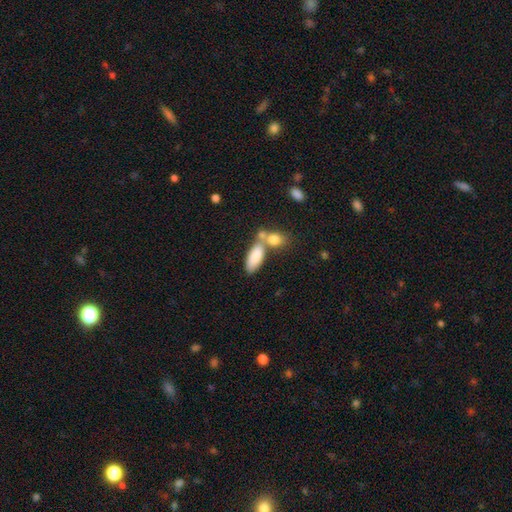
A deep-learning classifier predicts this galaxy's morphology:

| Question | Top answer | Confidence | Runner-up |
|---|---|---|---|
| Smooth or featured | smooth | 83% | featured or disk (11%) |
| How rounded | in between | 80% | cigar-shaped (17%) |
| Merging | merger | 45% | none (39%) |